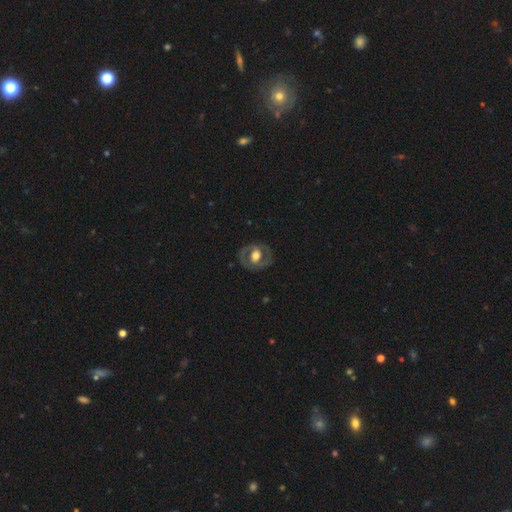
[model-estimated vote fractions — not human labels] This is likely a featured or disk galaxy (69%). It is clearly not viewed edge-on (96%). Bar: possibly no (49%). Spiral arm pattern: possibly yes (51%). Central bulge: possibly moderate (52%). Merging: likely none (79%).